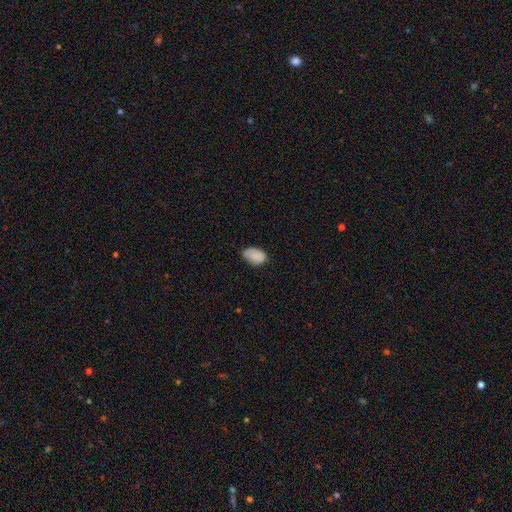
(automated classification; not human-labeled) Morphology: type=smooth (86%); roundness=in between (90%); merging=none (67%).